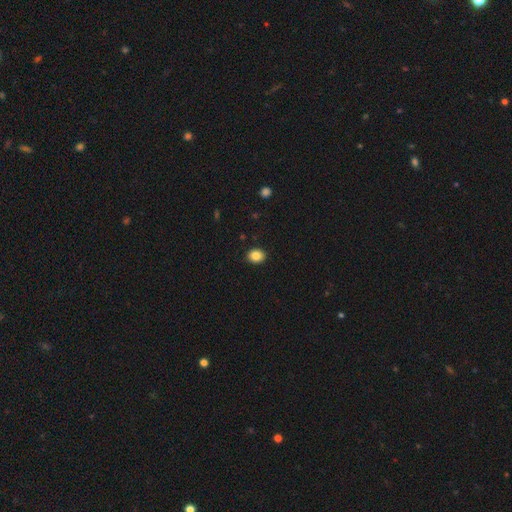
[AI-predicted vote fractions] A smooth galaxy with no disk features (85%) that is round (50%). Merging: none (91%).